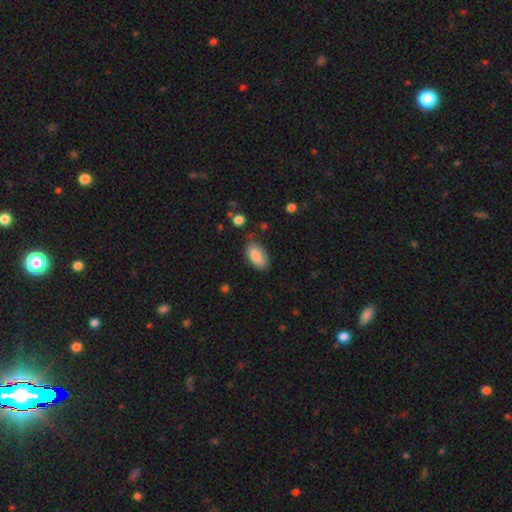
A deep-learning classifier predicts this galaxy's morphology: This is clearly a smooth galaxy (87%). How rounded: clearly in between (93%). Merging: likely none (66%).